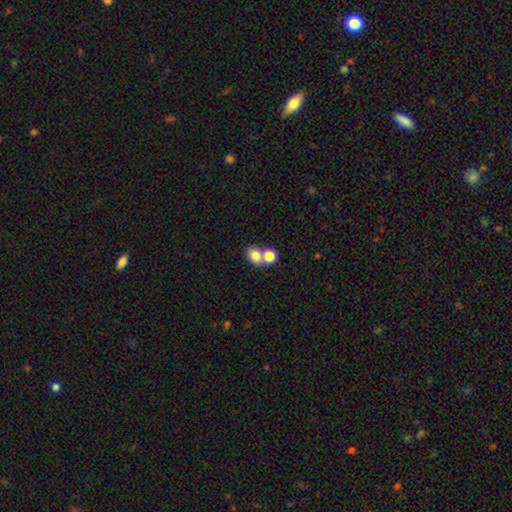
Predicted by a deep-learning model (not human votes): A smooth galaxy with no disk features (79%) that is round (55%). Merging: none (45%).